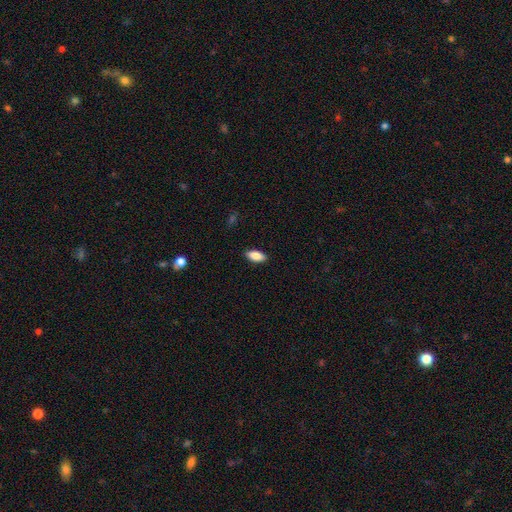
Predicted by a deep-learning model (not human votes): This appears to be a smooth galaxy with no disk features (87%) that is in between round and cigar-shaped (88%). Merging: none (89%).